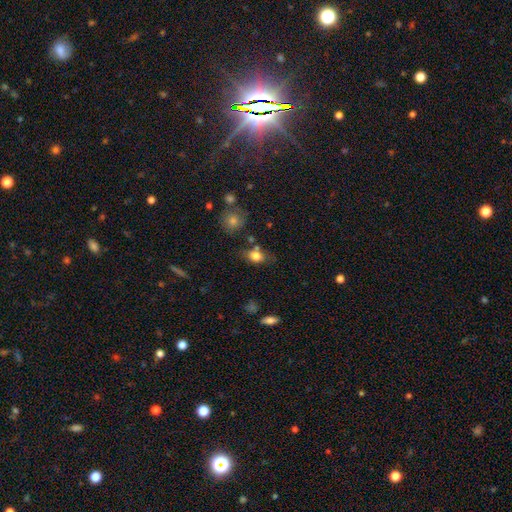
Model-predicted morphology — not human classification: Smooth or featured? Predicted: smooth (p=0.80). How rounded? Predicted: in between (p=0.73). Merging? Predicted: none (p=0.63).